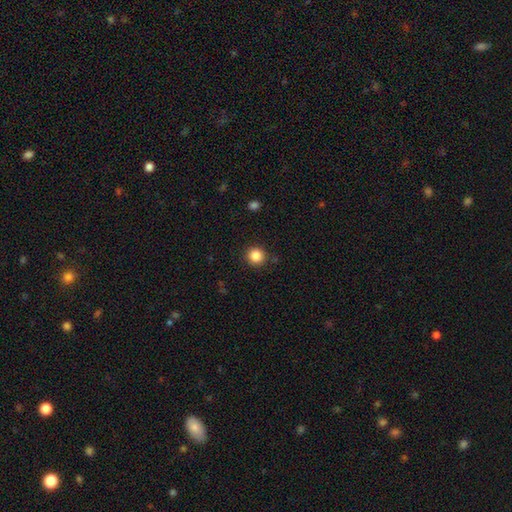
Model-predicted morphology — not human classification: smooth 85%, star or artifact 11%, featured or disk 5%. Down the decision tree: how rounded — round (93%); merging — none (90%).